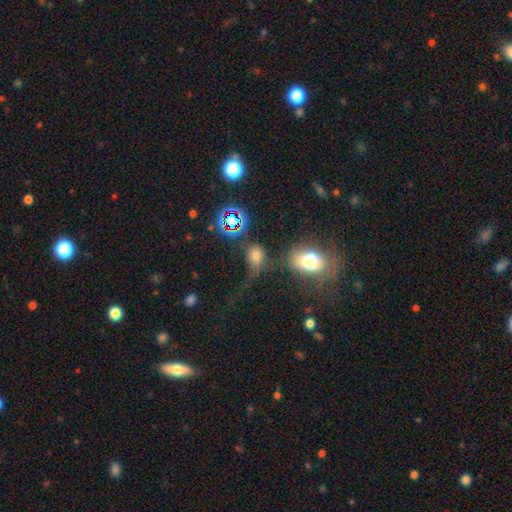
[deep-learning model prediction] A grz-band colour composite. It shows a smooth galaxy with no disk features (55%) that is in between round and cigar-shaped (49%). Merging: none (37%).